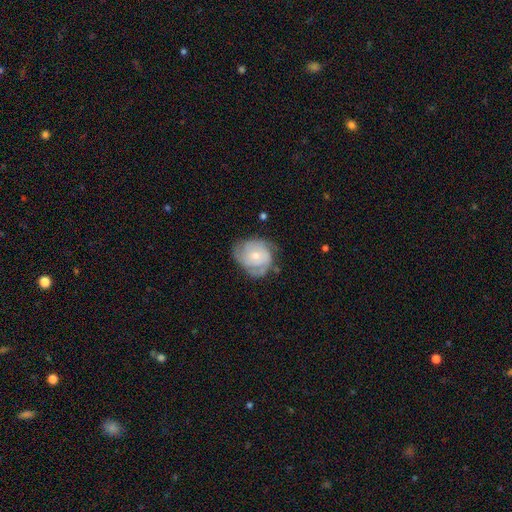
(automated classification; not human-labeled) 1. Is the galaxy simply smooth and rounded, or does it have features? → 59% featured or disk, 34% smooth, 7% star or artifact.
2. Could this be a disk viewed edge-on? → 97% no, 3% yes.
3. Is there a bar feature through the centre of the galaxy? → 82% no, 15% weak, 3% strong.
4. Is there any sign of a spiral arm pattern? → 75% yes, 25% no.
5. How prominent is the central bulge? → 50% small, 45% moderate, 2% large, 1% none, 1% dominant.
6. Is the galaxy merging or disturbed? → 56% none, 29% minor disturbance, 12% major disturbance, 2% merger.